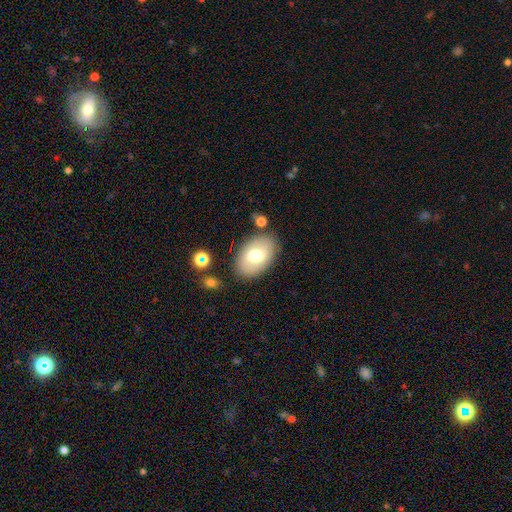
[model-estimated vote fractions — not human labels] Overall: smooth (68%). How rounded: in between (89%). Merging: none (82%).